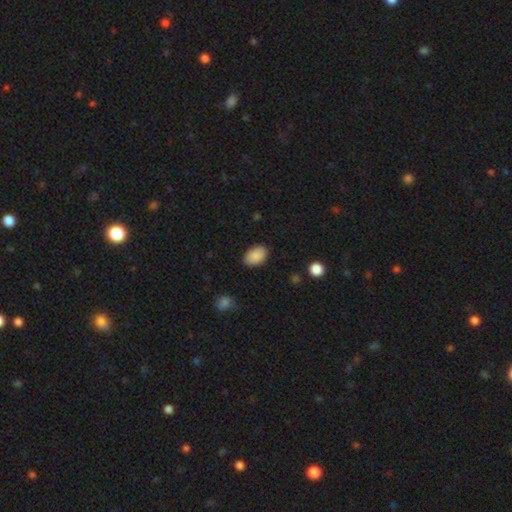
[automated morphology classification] smooth 88%, star or artifact 7%, featured or disk 5%. Down the decision tree: how rounded — in between (88%); merging — none (86%).